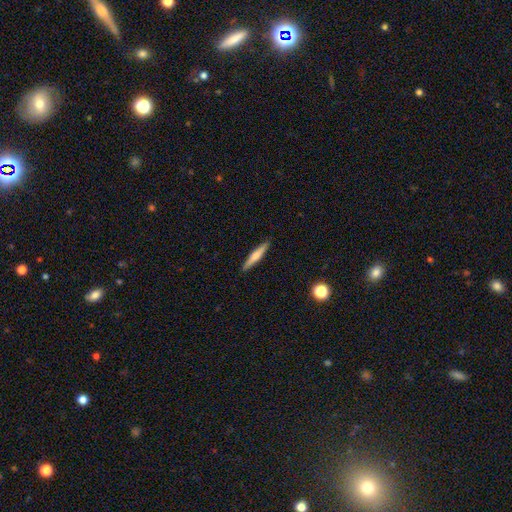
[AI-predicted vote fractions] smooth 56%, featured or disk 39%, star or artifact 6%. Down the decision tree: how rounded — cigar-shaped (91%); merging — none (91%).